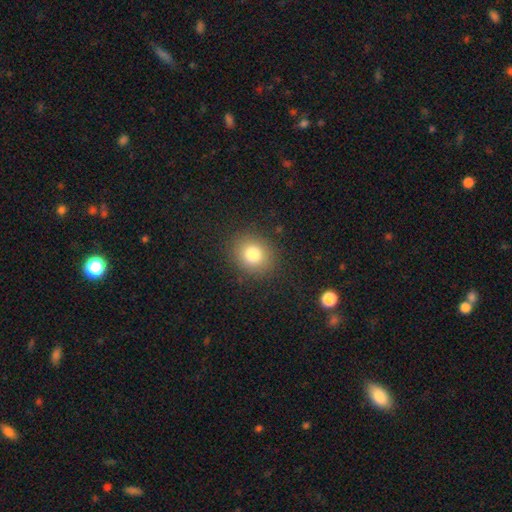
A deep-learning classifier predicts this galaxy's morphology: This appears to be a smooth galaxy with no disk features (74%) that is round (84%). Merging: none (92%).